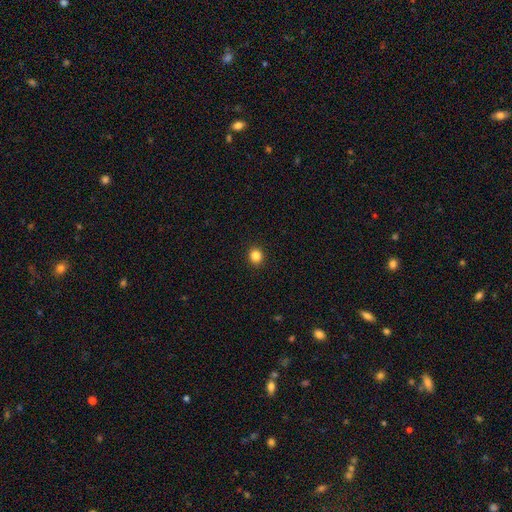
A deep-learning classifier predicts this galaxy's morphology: The model was most divided on "how rounded": round: 84%, in between: 15%, cigar-shaped: 1%. More confident: merging — none (93%); smooth or featured — smooth (85%).